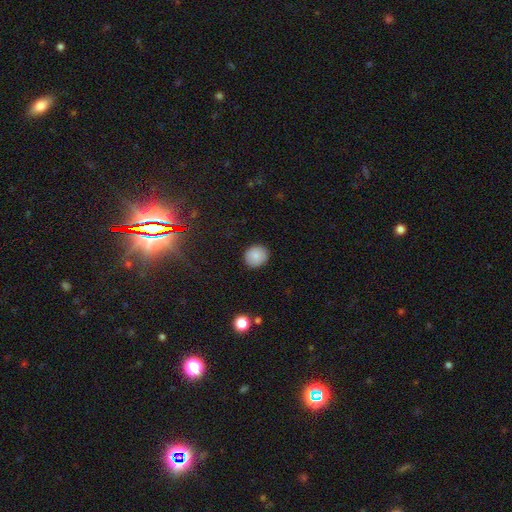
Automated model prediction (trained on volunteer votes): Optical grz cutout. It shows a smooth galaxy with no disk features (82%) that is round (77%). Merging: none (89%).